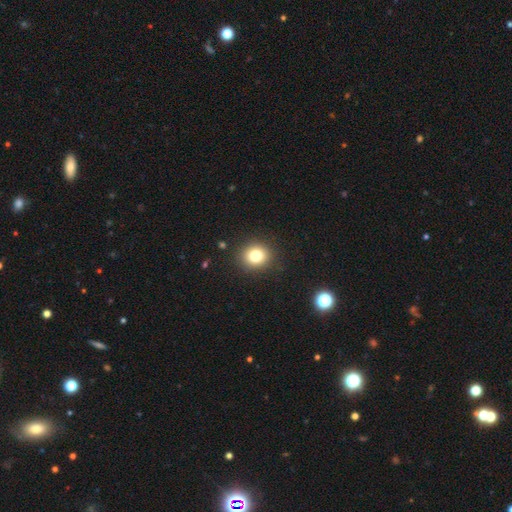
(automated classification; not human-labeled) This appears to be a smooth galaxy with no disk features (79%) that is round (82%). Merging: none (90%).